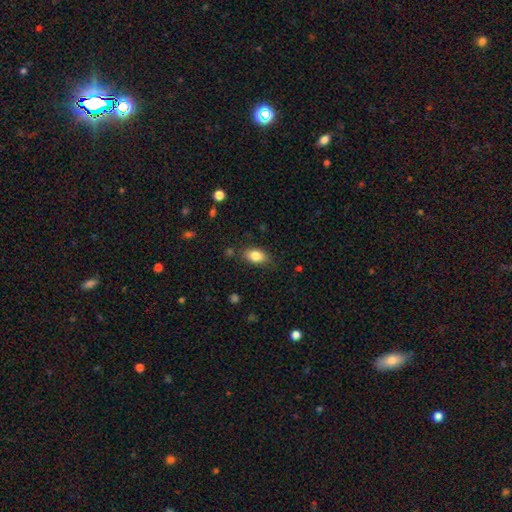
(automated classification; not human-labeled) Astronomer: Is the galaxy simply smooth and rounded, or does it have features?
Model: smooth — 84%.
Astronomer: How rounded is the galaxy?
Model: in between — 88%.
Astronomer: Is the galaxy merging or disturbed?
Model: none — 81%.